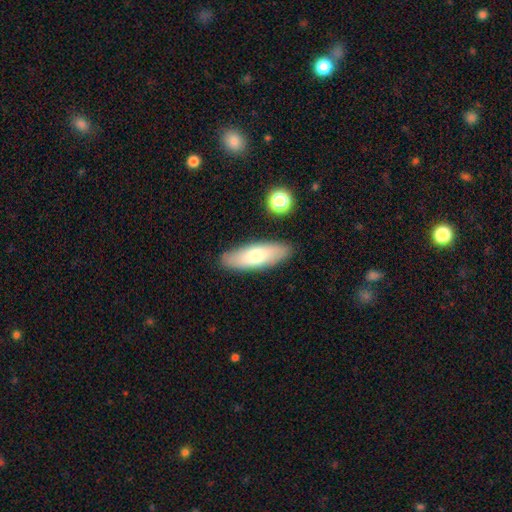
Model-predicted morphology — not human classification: This appears to be a smooth galaxy with no disk features (69%) that is in between round and cigar-shaped (55%). Merging: none (87%).